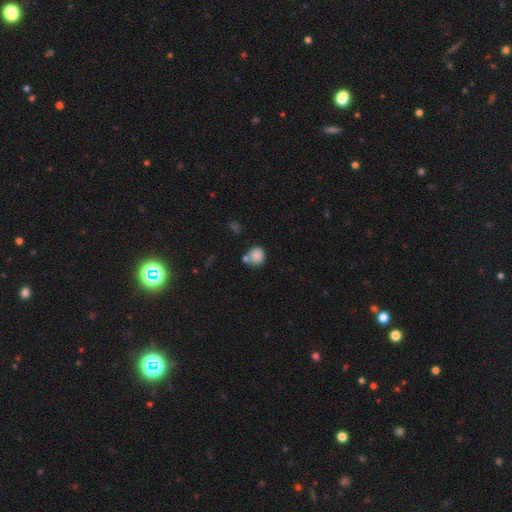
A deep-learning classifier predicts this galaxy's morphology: A smooth galaxy with no disk features (85%) that is round (77%). Merging: none (56%).